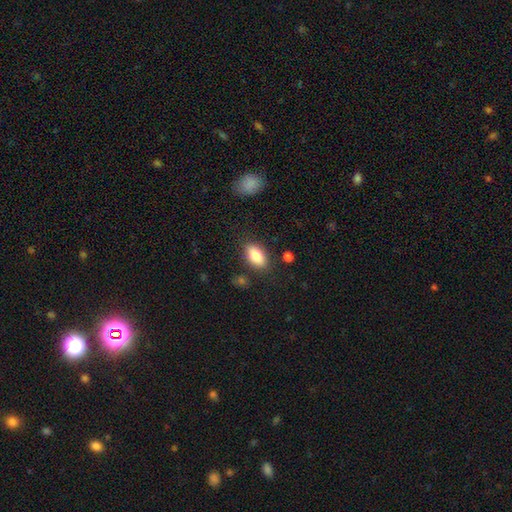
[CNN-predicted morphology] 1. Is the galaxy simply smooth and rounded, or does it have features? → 83% smooth, 10% featured or disk, 7% star or artifact.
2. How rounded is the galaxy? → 89% in between, 6% cigar-shaped, 5% round.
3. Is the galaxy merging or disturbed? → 83% none, 11% minor disturbance, 3% major disturbance, 3% merger.